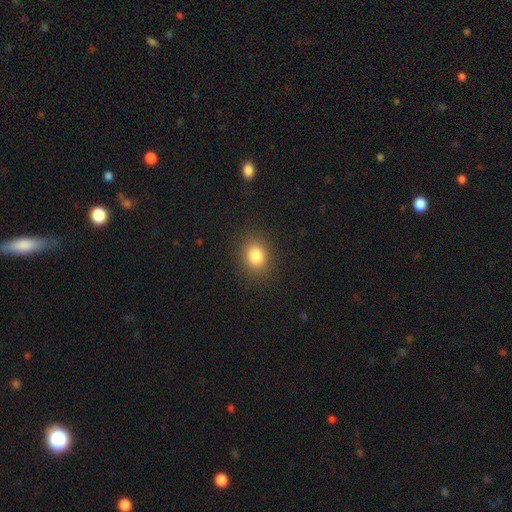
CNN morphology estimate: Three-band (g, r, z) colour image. It shows a smooth galaxy with no disk features (83%) that is round (51%). Merging: none (88%).